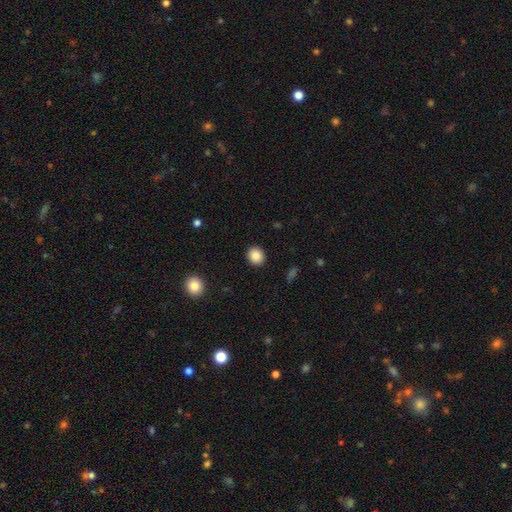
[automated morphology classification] A smooth galaxy with no disk features (88%) that is round (79%). Merging: none (92%).